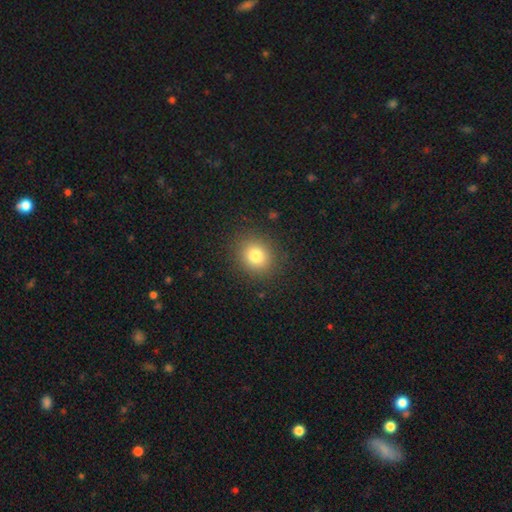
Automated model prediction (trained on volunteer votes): Overall: smooth (80%). How rounded: round (77%). Merging: none (88%).